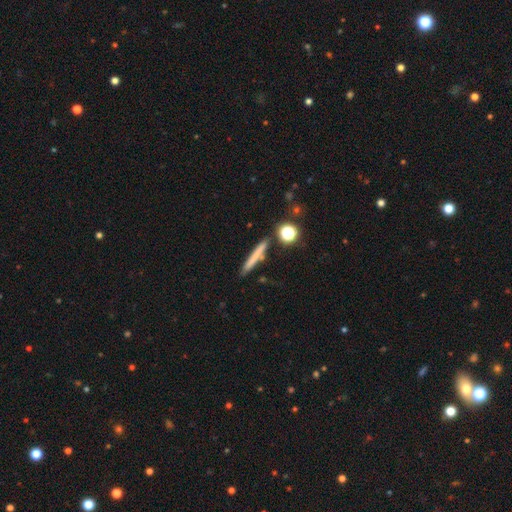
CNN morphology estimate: smooth 66%, featured or disk 25%, star or artifact 9%. Down the decision tree: how rounded — cigar-shaped (92%); merging — none (83%).